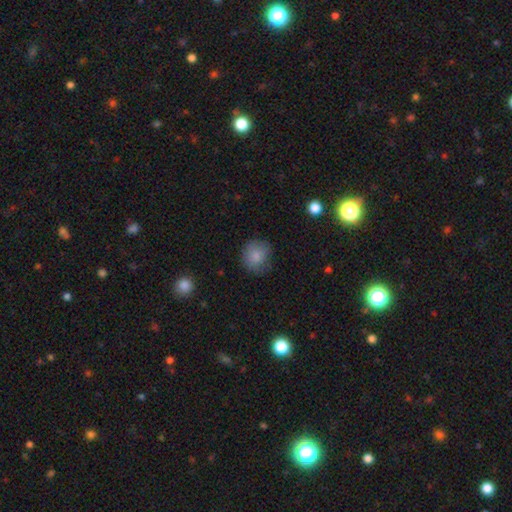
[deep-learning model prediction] smooth_or_featured: smooth (p=0.84) [alt: star or artifact p=0.08]
how_rounded: round (p=0.84) [alt: in between p=0.15]
merging: none (p=0.72) [alt: minor disturbance p=0.21]